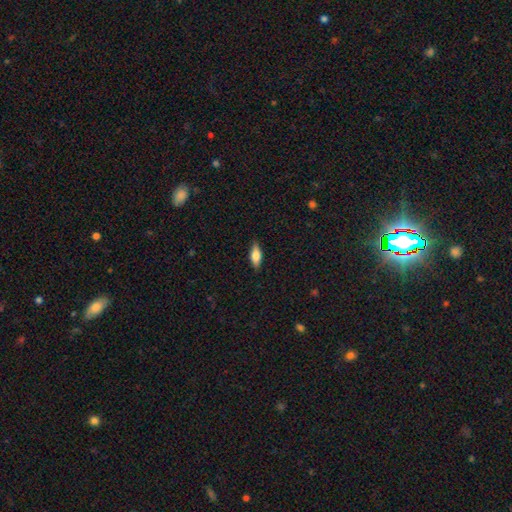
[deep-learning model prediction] A smooth galaxy with no disk features (71%) that is in between round and cigar-shaped (73%).

Vote fractions:
- Smooth or featured? smooth: 71% / featured or disk: 22% / star or artifact: 7%
- How rounded? in between: 73% / cigar-shaped: 24% / round: 3%
- Merging? none: 86% / minor disturbance: 11% / major disturbance: 2% / merger: 1%